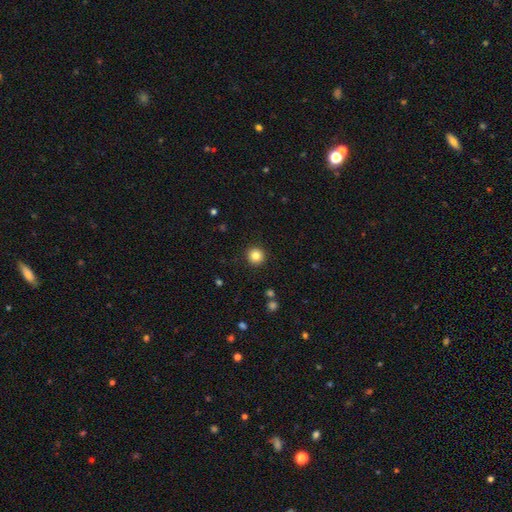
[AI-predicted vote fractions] Smooth or featured: smooth — 83% (star or artifact — 11%)
How rounded: round — 95% (in between — 4%)
Merging: none — 92% (minor disturbance — 5%)